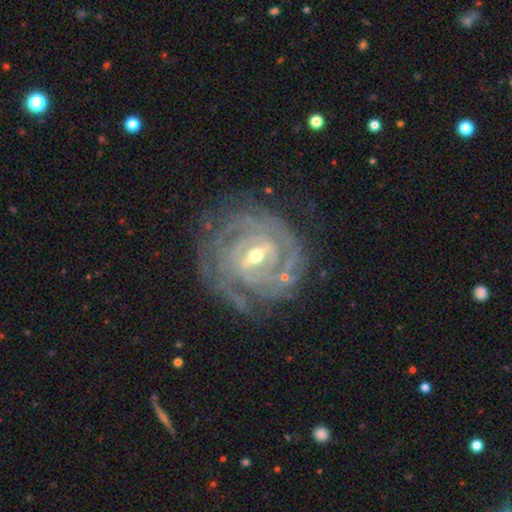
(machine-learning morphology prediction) Smooth or featured? featured or disk (90%)
Edge-on disk? no (96%)
Bar? strong (44%)
Spiral arms? yes (95%)
Spiral winding? tight (78%)
Spiral arm count? can't tell (31%)
Bulge size? moderate (51%)
Merging? none (73%)